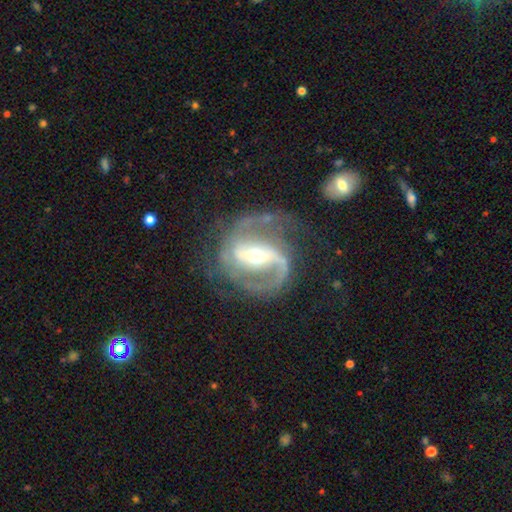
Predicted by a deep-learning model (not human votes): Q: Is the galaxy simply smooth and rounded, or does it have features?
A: featured or disk — 90%.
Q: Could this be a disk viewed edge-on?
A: no — 97%.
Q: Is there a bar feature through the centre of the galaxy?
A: strong — 48%.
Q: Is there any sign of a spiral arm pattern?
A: yes — 97%.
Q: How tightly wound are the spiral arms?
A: medium — 56%.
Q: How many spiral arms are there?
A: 2 — 83%.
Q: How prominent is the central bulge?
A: moderate — 61%.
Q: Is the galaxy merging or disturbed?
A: none — 63%.